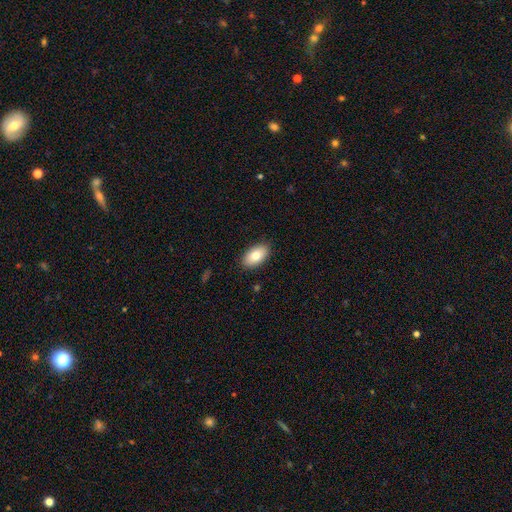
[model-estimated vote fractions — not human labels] This appears to be a smooth galaxy with no disk features (80%) that is in between round and cigar-shaped (94%). Merging: none (89%).